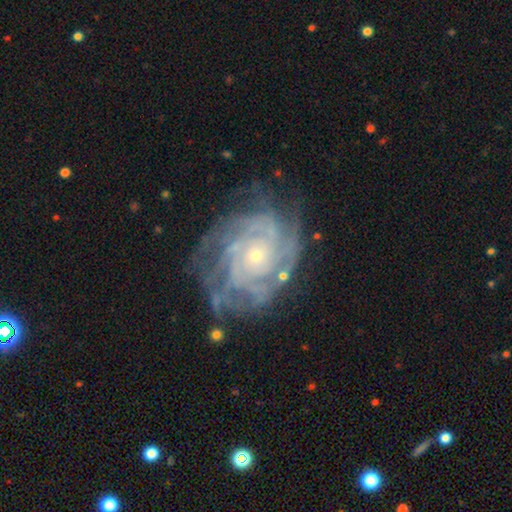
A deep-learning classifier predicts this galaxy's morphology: Overall: featured or disk (88%). Edge-on disk: no (97%). Bar: no (80%). Spiral arms: yes (96%). Spiral arm count: can't tell (29%; 4 24%). Spiral winding: tight (75%). Bulge size: small (79%). Merging: none (70%).